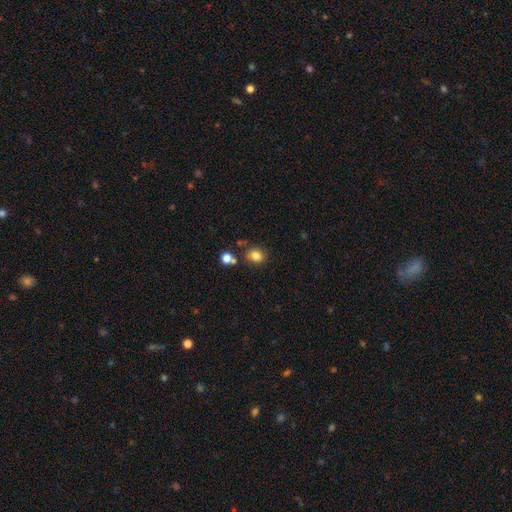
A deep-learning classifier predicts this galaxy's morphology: Smooth or featured? Predicted: smooth (p=0.83). How rounded? Predicted: round (p=0.55). Merging? Predicted: none (p=0.76).